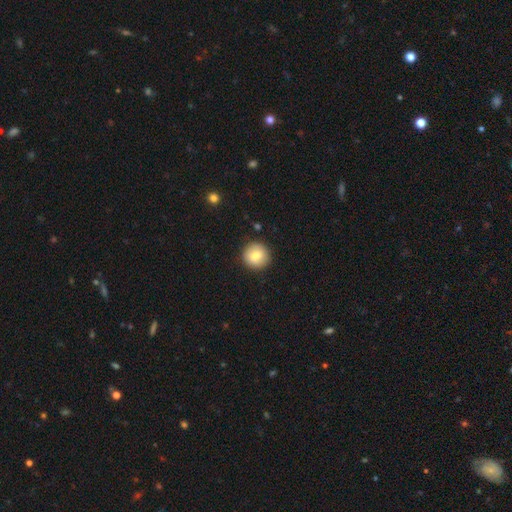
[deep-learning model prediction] A smooth galaxy with no disk features (81%) that is round (95%). Merging: none (91%).